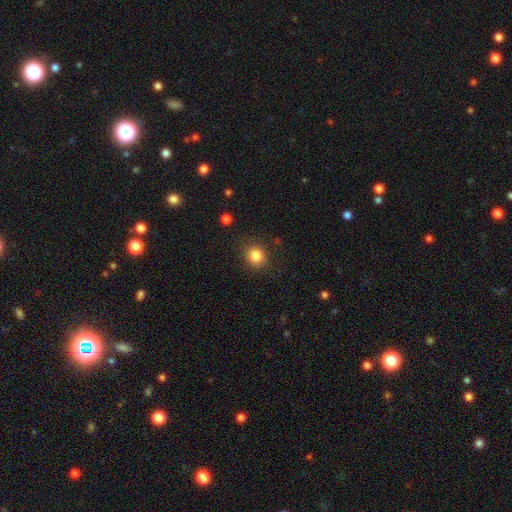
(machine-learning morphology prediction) smooth-or-featured: smooth: 83% | star or artifact: 11% | featured or disk: 5%
  how-rounded: round: 85% | in between: 14% | cigar-shaped: 1%
  merging: none: 86% | minor disturbance: 9% | major disturbance: 3% | merger: 2%